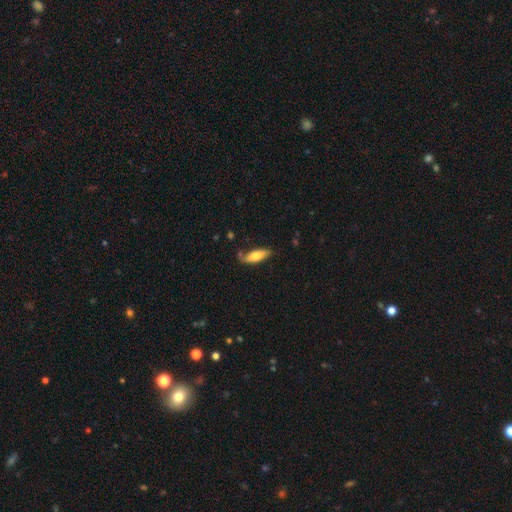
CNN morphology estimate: This is likely a smooth galaxy (71%). How rounded: likely in between (63%). Merging: likely none (68%).